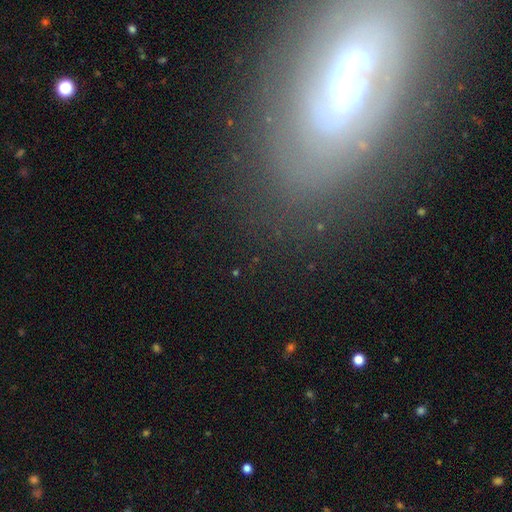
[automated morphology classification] Overall: featured or disk (65%). Edge-on disk: no (85%). Bar: no (34%; weak 33%). Spiral arms: yes (59%; no 41%). Bulge size: small (39%; moderate 36%). Merging: none (69%).